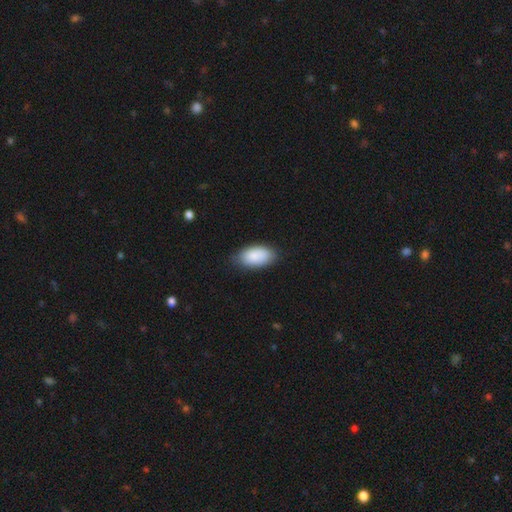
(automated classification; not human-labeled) smooth_or_featured: smooth (p=0.87) [alt: featured or disk p=0.07]
how_rounded: in between (p=0.95) [alt: round p=0.03]
merging: none (p=0.80) [alt: minor disturbance p=0.16]